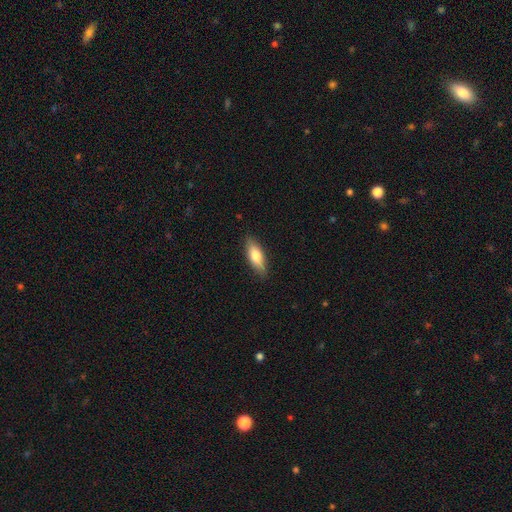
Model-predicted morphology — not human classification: Overall: smooth (73%). How rounded: in between (65%; cigar-shaped 32%). Merging: none (86%).